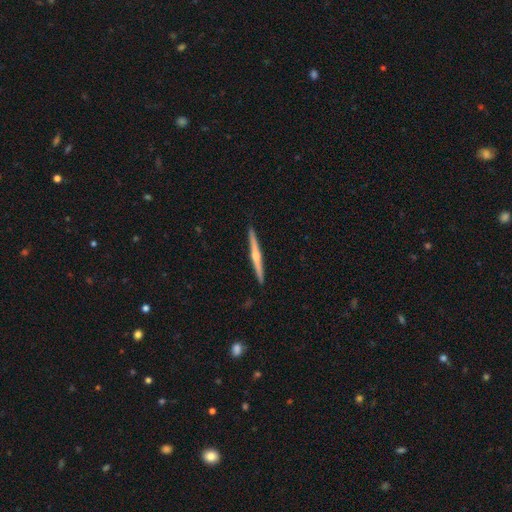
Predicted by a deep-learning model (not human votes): Smooth or featured? featured or disk (77%)
Edge-on disk? yes (98%)
Edge-on bulge? rounded (88%)
Merging? none (92%)